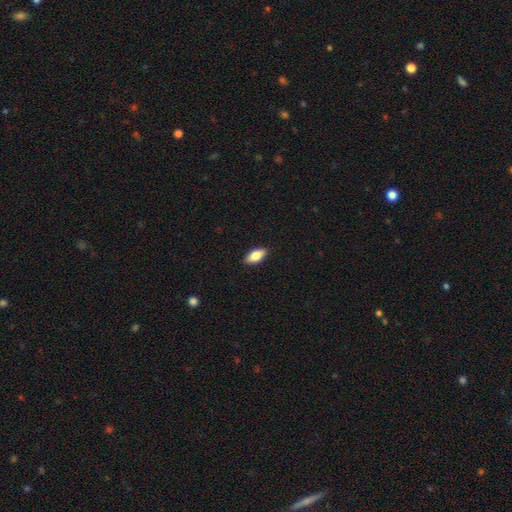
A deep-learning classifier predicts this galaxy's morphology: Smooth or featured? Predicted: smooth (p=0.79). How rounded? Predicted: in between (p=0.87). Merging? Predicted: none (p=0.90).